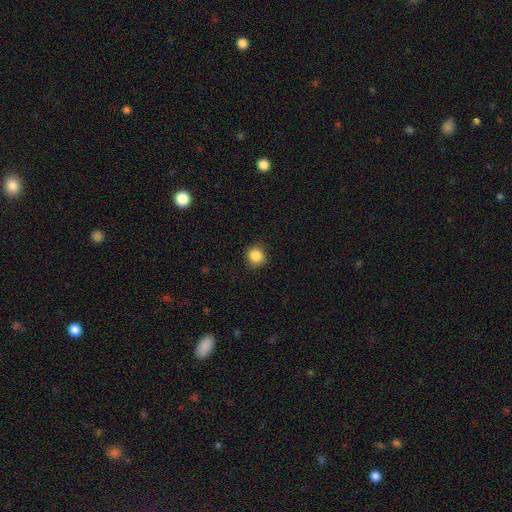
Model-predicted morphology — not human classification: smooth-or-featured: smooth: 87% | star or artifact: 10% | featured or disk: 3%
  how-rounded: round: 89% | in between: 10% | cigar-shaped: 1%
  merging: none: 89% | minor disturbance: 8% | major disturbance: 2% | merger: 1%